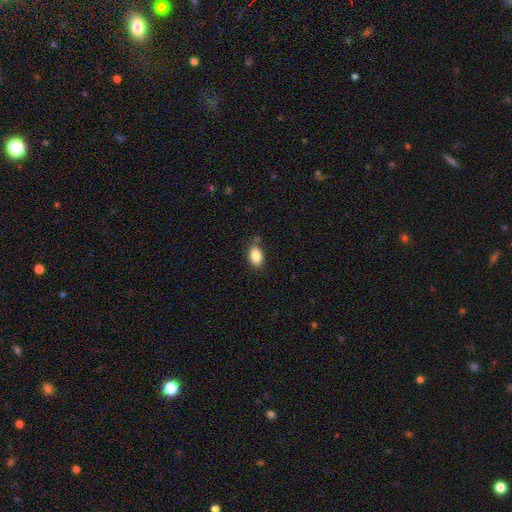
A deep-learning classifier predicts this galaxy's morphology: Smooth or featured?
  - smooth: 86% *
  - star or artifact: 8%
  - featured or disk: 6%
How rounded?
  - in between: 87% *
  - round: 11%
  - cigar-shaped: 2%
Merging?
  - none: 75% *
  - minor disturbance: 17%
  - merger: 4%
  - major disturbance: 4%